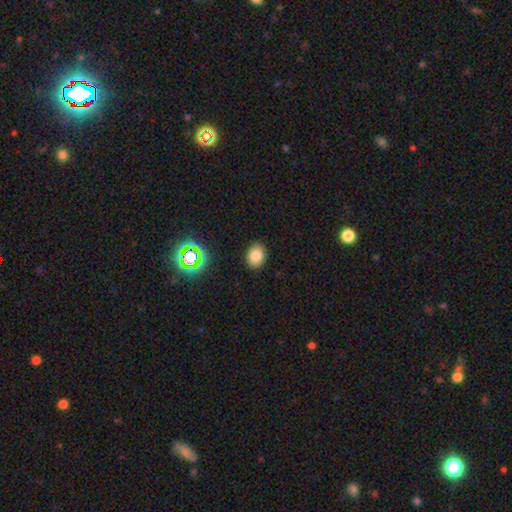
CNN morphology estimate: This is likely a smooth galaxy (79%). How rounded: likely in between (61%). Merging: clearly none (88%).